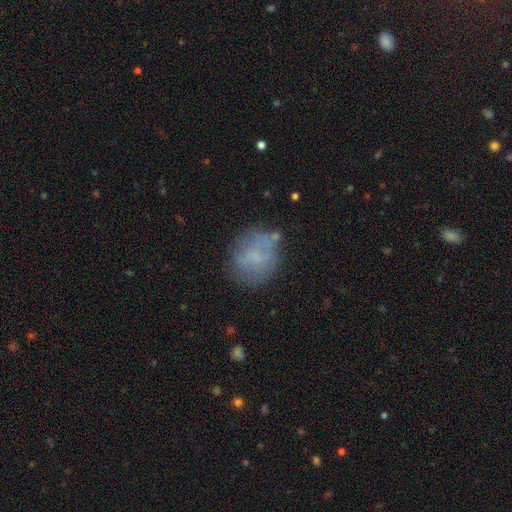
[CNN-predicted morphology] This appears to be a smooth galaxy with no disk features (58%) that is round (61%). Merging: none (68%).